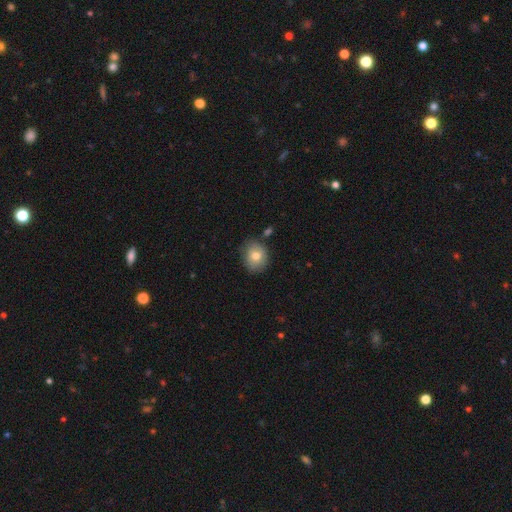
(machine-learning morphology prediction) smooth_or_featured: smooth (p=0.76) [alt: featured or disk p=0.14]
how_rounded: round (p=0.65) [alt: in between p=0.34]
merging: none (p=0.77) [alt: minor disturbance p=0.16]